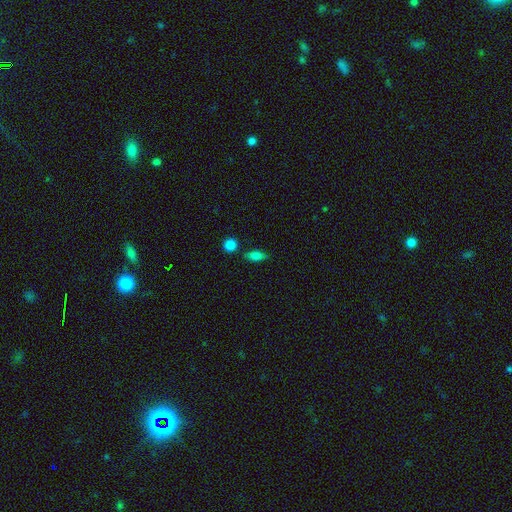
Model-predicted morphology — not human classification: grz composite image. It shows a smooth galaxy with no disk features (74%) that is in between round and cigar-shaped (73%). Merging: none (78%).